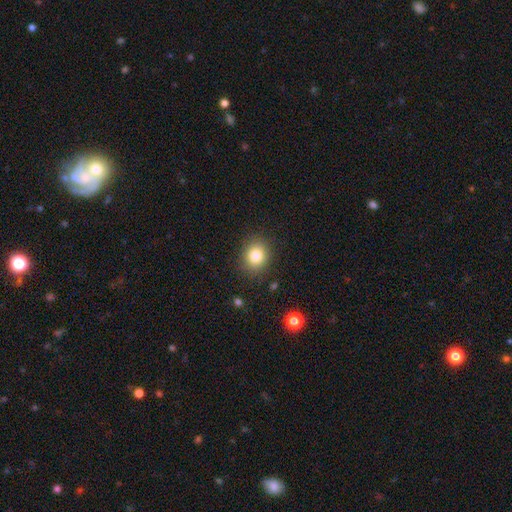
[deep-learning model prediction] The model was most divided on "how rounded": round: 71%, in between: 28%, cigar-shaped: 1%. More confident: merging — none (87%); smooth or featured — smooth (81%).